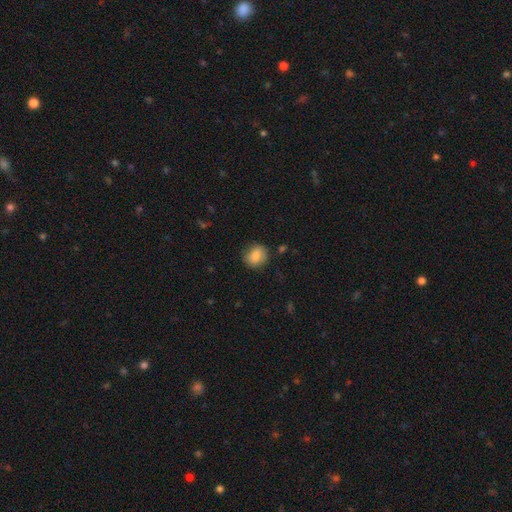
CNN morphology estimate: type=smooth (84%); roundness=round (66%); merging=none (81%).